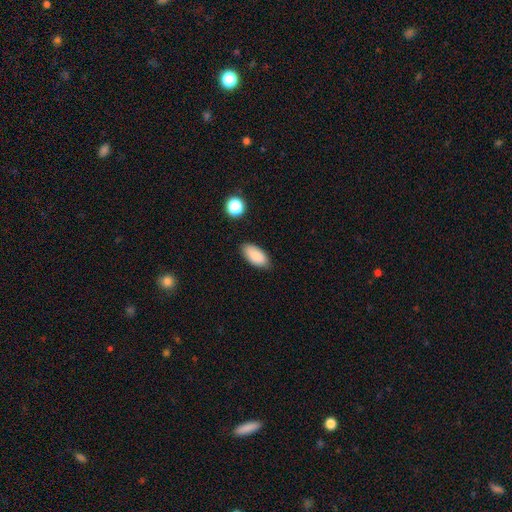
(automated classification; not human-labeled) smooth_or_featured: smooth (p=0.87) [alt: star or artifact p=0.07]
how_rounded: in between (p=0.93) [alt: cigar-shaped p=0.05]
merging: none (p=0.84) [alt: minor disturbance p=0.11]